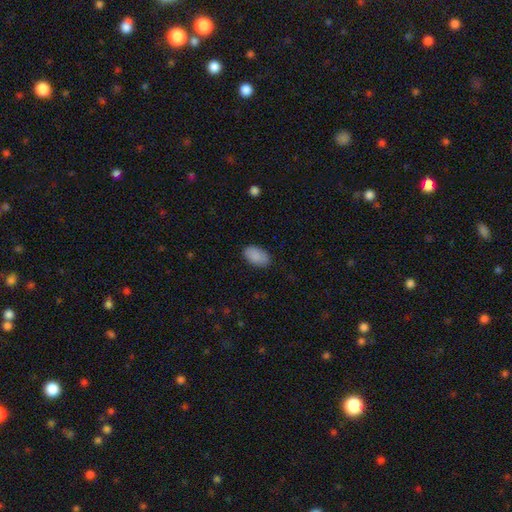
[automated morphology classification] Overall: smooth (89%). How rounded: in between (92%). Merging: none (85%).